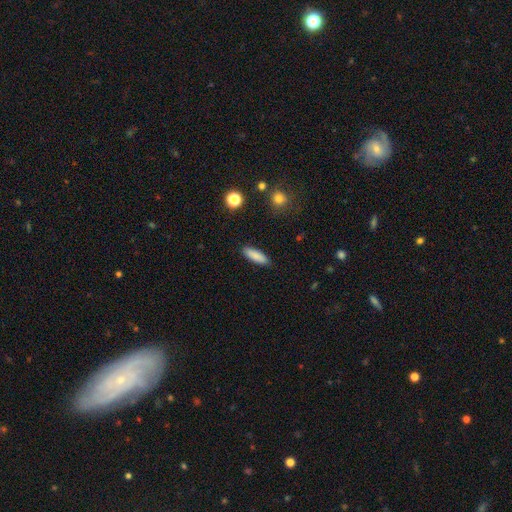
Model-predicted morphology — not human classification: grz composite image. It shows a smooth galaxy with no disk features (87%) that is cigar-shaped (50%). Merging: none (89%).